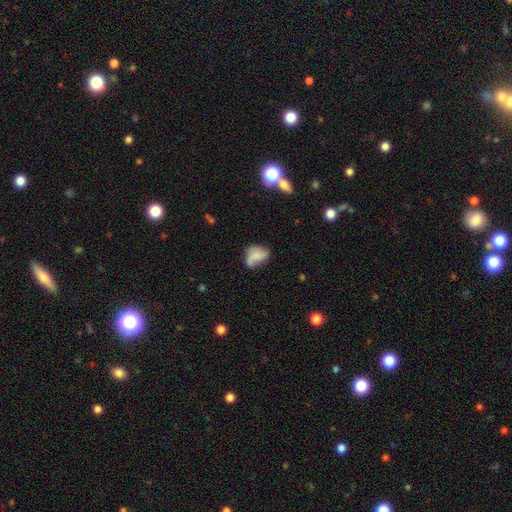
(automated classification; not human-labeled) This is possibly a smooth galaxy (56%). How rounded: likely in between (70%). Merging: possibly none (46%).